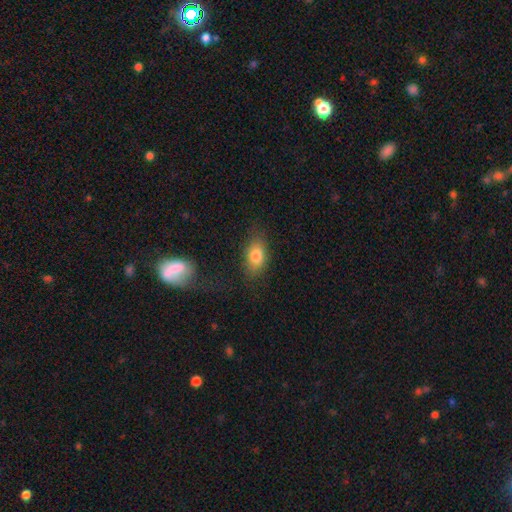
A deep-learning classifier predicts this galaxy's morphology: type=smooth (79%); roundness=in between (84%); merging=none (76%).